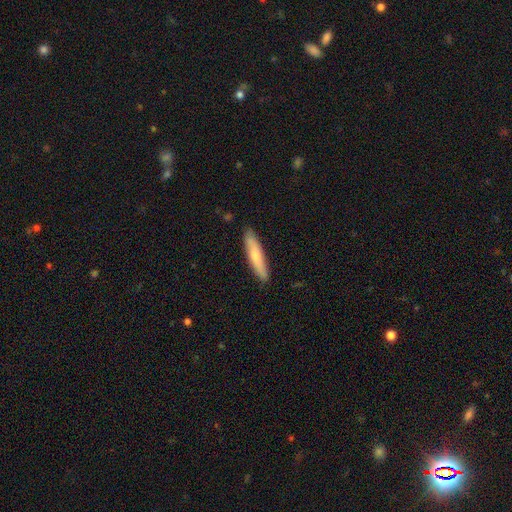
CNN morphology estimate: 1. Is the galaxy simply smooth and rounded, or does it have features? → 69% smooth, 26% featured or disk, 5% star or artifact.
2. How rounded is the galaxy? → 85% cigar-shaped, 13% in between, 1% round.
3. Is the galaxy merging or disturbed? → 88% none, 9% minor disturbance, 2% major disturbance, 1% merger.